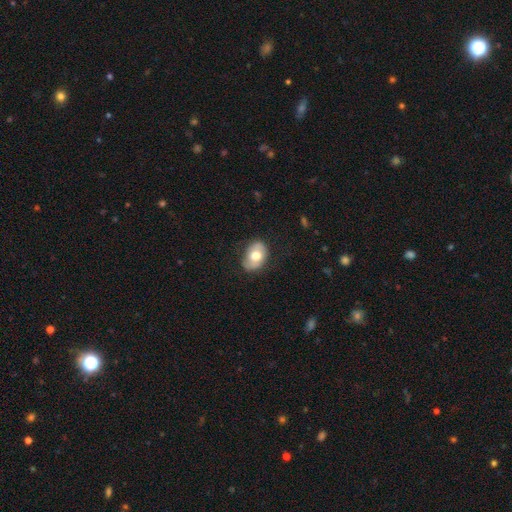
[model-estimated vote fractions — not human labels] Q: Smooth or featured?
A: smooth (64%); runner-up: featured or disk (29%)
Q: How rounded?
A: in between (81%); runner-up: round (18%)
Q: Merging?
A: none (78%); runner-up: minor disturbance (16%)